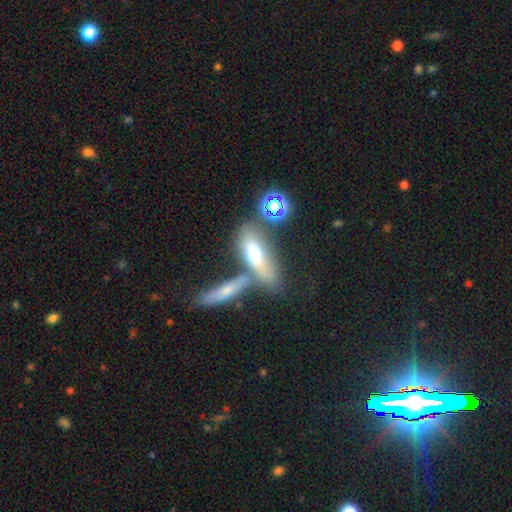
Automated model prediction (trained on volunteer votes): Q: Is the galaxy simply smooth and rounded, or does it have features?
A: smooth — 51%.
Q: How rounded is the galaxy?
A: in between — 53%.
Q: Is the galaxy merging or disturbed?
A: none — 44%.